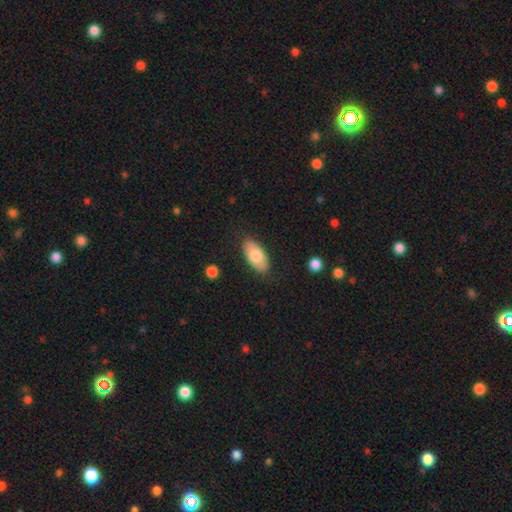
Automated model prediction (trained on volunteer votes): A smooth galaxy with no disk features (75%) that is in between round and cigar-shaped (93%). Merging: none (83%).